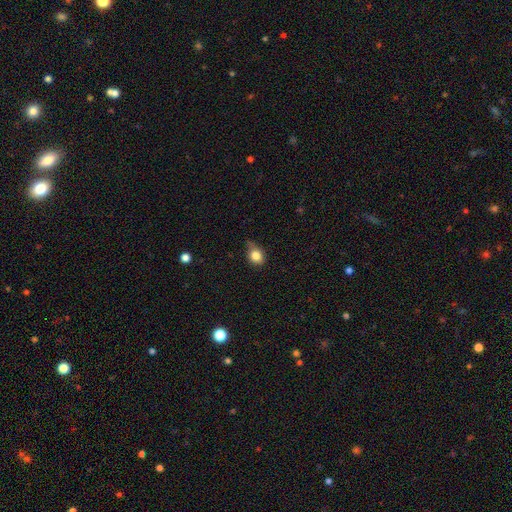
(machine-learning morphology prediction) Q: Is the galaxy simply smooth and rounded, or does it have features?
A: smooth — 82%.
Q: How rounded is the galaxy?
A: round — 56%.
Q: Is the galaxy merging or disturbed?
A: none — 52%.